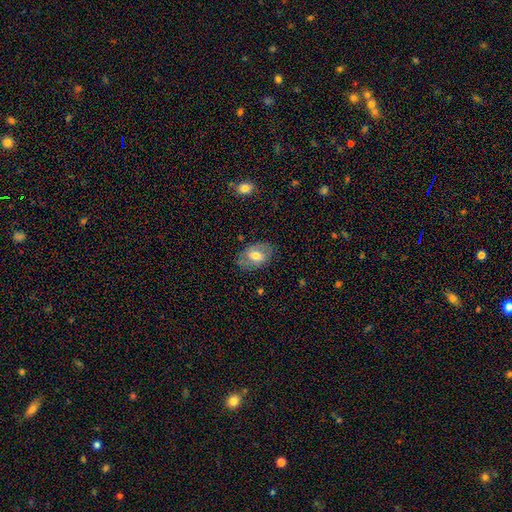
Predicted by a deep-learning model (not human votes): Smooth or featured? Predicted: smooth (p=0.56). How rounded? Predicted: in between (p=0.82). Merging? Predicted: none (p=0.75).